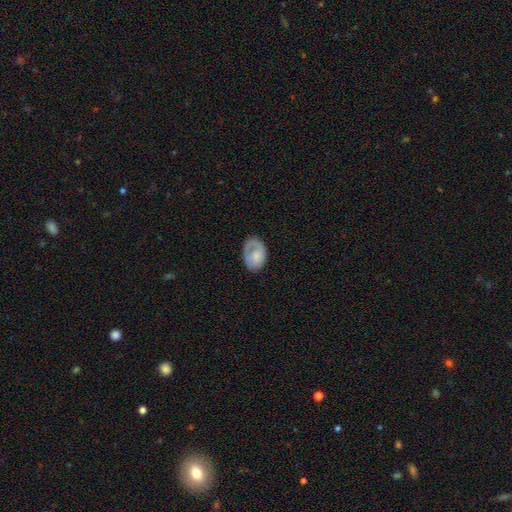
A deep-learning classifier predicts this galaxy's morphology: Q: Smooth or featured?
A: smooth (64%); runner-up: featured or disk (30%)
Q: How rounded?
A: in between (82%); runner-up: round (17%)
Q: Merging?
A: none (53%); runner-up: minor disturbance (28%)